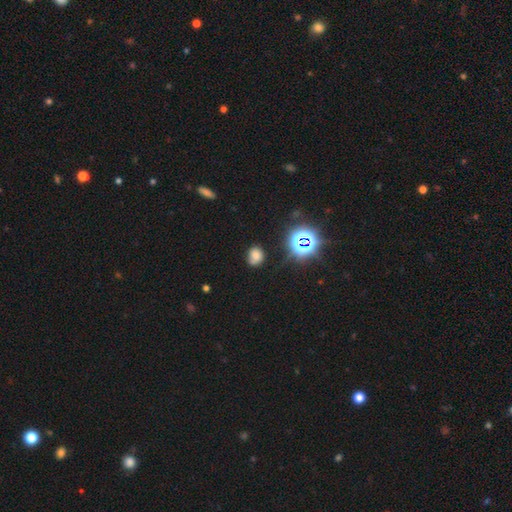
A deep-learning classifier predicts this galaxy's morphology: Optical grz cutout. It shows a smooth galaxy with no disk features (65%) that is round (60%). Merging: none (64%).